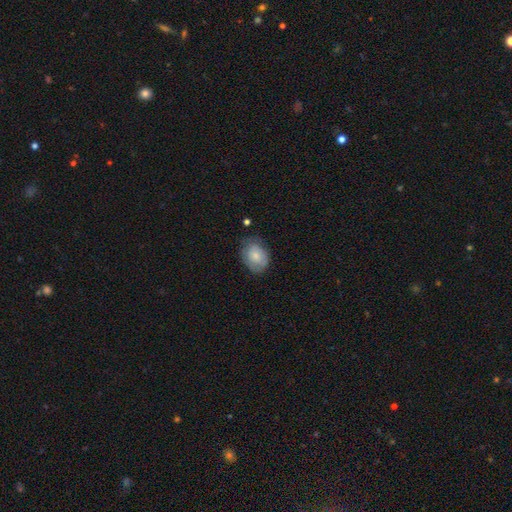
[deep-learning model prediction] Smooth or featured? smooth (68%)
How rounded? in between (66%)
Merging? none (65%)